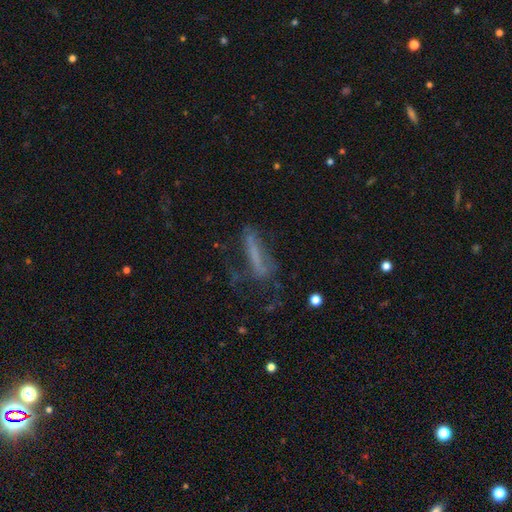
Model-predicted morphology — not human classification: This is marginally a smooth galaxy (43%). Merging: marginally none (42%).